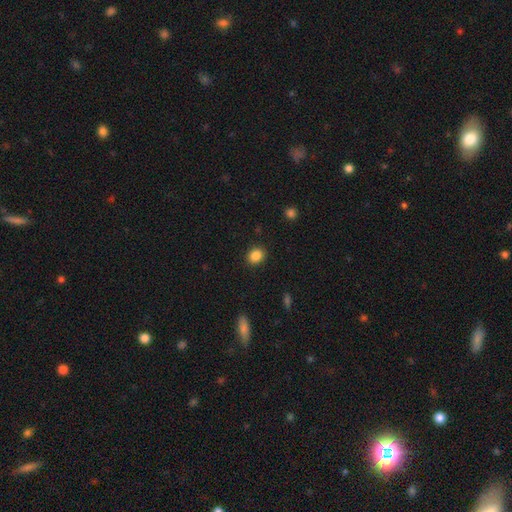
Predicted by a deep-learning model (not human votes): This appears to be a smooth galaxy with no disk features (86%) that is round (66%). Merging: none (90%).